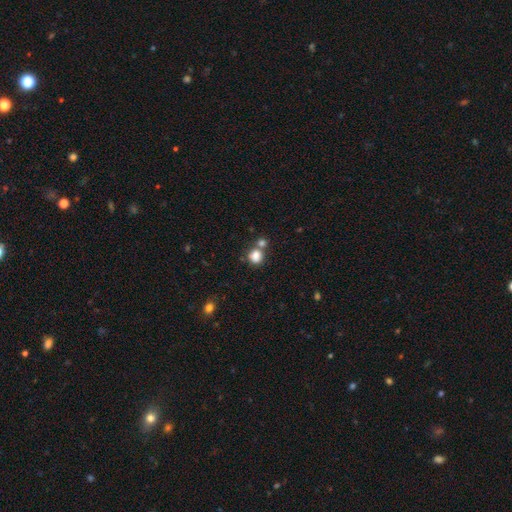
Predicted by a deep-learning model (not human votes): smooth_or_featured: smooth (p=0.83) [alt: star or artifact p=0.11]
how_rounded: round (p=0.77) [alt: in between p=0.22]
merging: none (p=0.55) [alt: merger p=0.31]